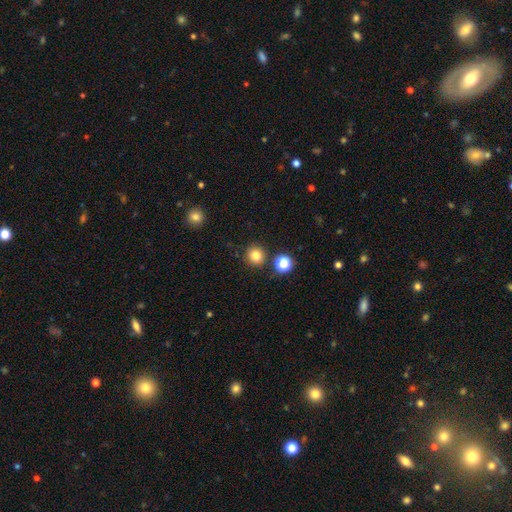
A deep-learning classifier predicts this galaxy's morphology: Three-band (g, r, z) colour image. It shows a smooth galaxy with no disk features (81%) that is round (91%). Merging: none (85%).